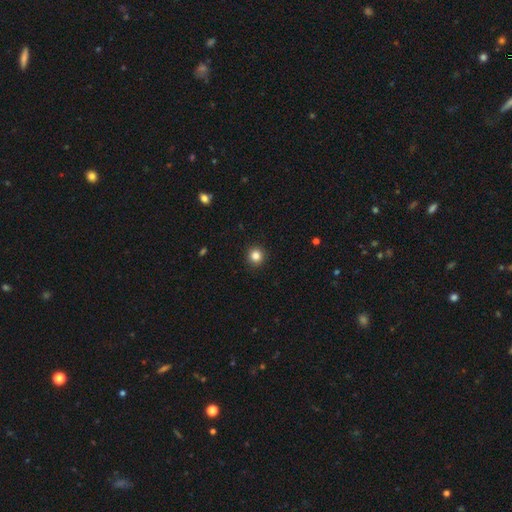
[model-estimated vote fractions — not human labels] A smooth galaxy with no disk features (83%) that is round (94%). Merging: none (93%).